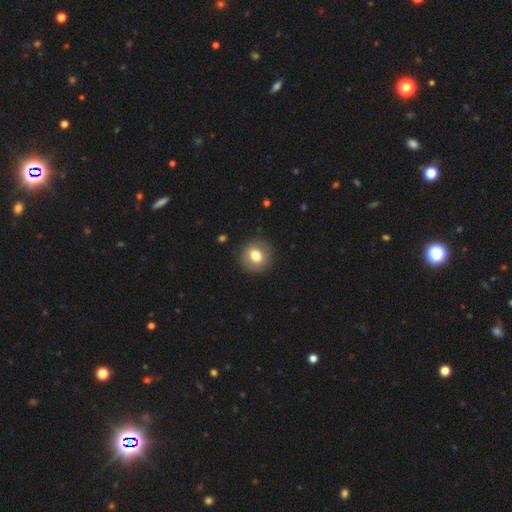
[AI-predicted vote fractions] Smooth or featured: smooth — 77% (featured or disk — 14%)
How rounded: round — 84% (in between — 15%)
Merging: none — 89% (minor disturbance — 7%)